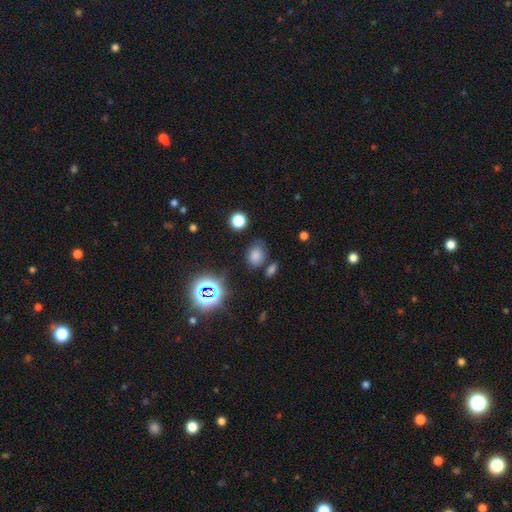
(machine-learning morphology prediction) This is likely a smooth galaxy (72%). How rounded: likely in between (66%). Merging: likely none (69%).